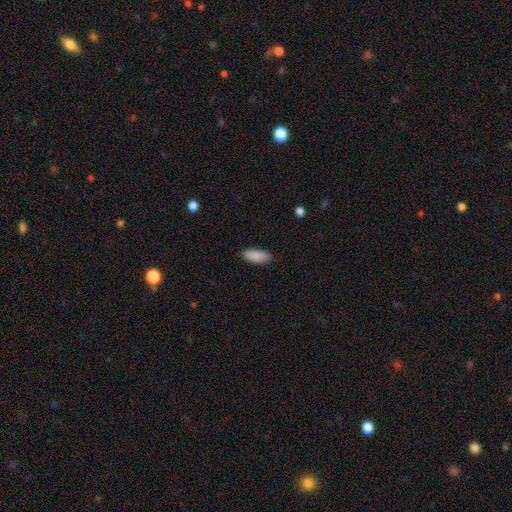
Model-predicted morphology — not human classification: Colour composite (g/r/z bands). It shows a smooth galaxy with no disk features (90%) that is in between round and cigar-shaped (82%). Merging: none (86%).